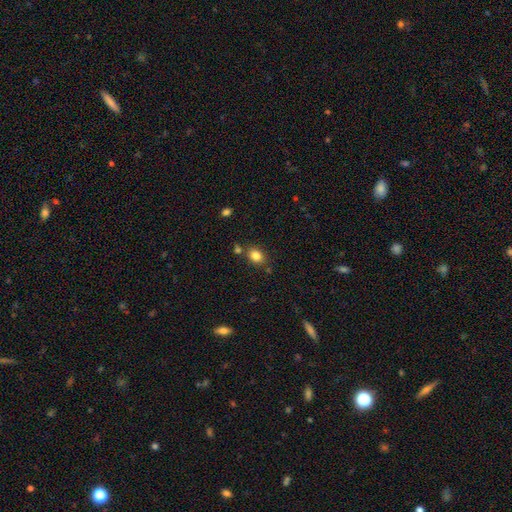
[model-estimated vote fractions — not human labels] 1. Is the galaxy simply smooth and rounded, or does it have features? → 83% smooth, 11% star or artifact, 6% featured or disk.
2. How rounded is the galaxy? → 62% in between, 37% round, 1% cigar-shaped.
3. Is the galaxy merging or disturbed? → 74% none, 12% minor disturbance, 11% merger, 3% major disturbance.